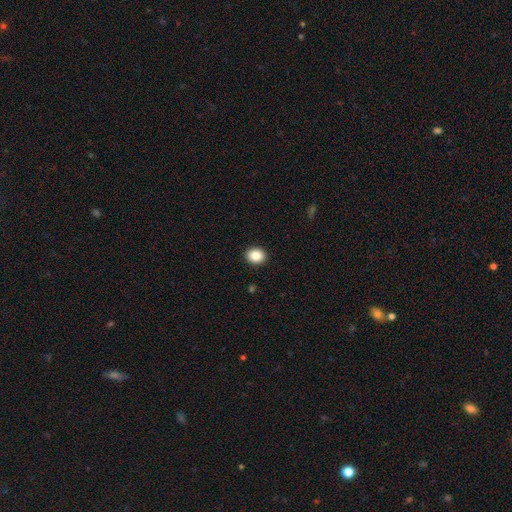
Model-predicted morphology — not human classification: Smooth or featured: smooth — 88% (star or artifact — 9%)
How rounded: round — 61% (in between — 38%)
Merging: none — 91% (minor disturbance — 6%)